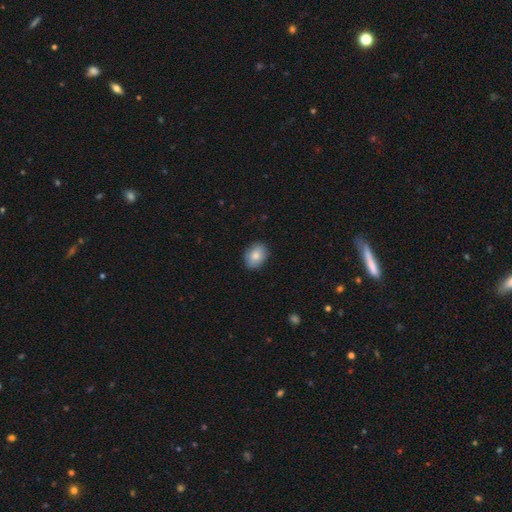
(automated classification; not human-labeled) Smooth or featured? smooth (83%)
How rounded? in between (67%)
Merging? none (88%)